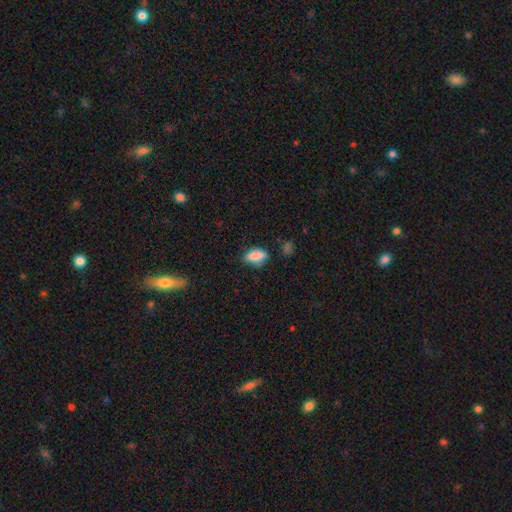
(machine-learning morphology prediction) A smooth galaxy with no disk features (79%) that is in between round and cigar-shaped (81%). Merging: none (67%).